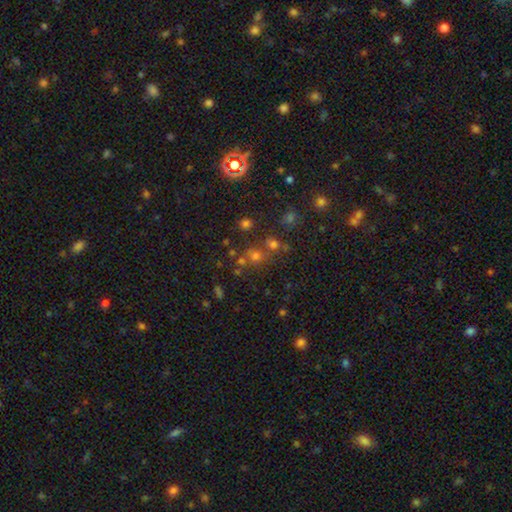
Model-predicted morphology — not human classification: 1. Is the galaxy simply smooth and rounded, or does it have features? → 48% smooth, 42% star or artifact, 10% featured or disk.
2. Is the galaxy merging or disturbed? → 62% none, 25% merger, 8% minor disturbance, 4% major disturbance.